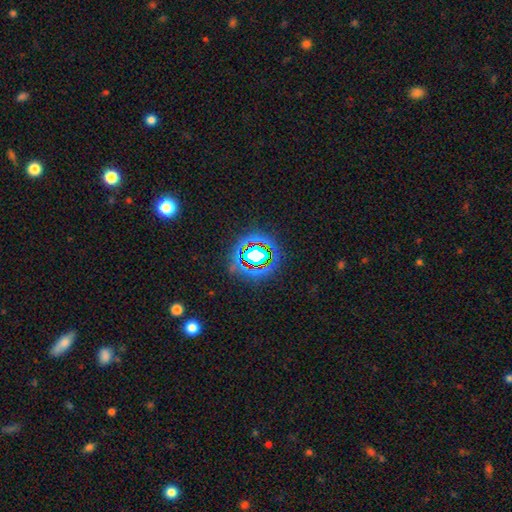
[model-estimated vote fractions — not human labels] Smooth or featured? Predicted: star or artifact (p=0.67).